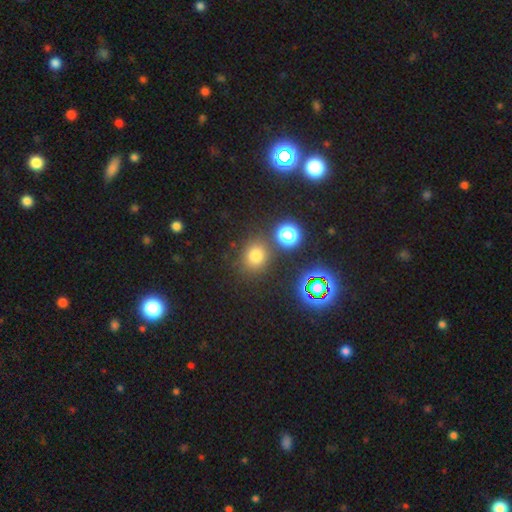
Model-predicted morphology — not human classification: smooth 69%, star or artifact 24%, featured or disk 7%. Down the decision tree: how rounded — round (79%); merging — none (79%).